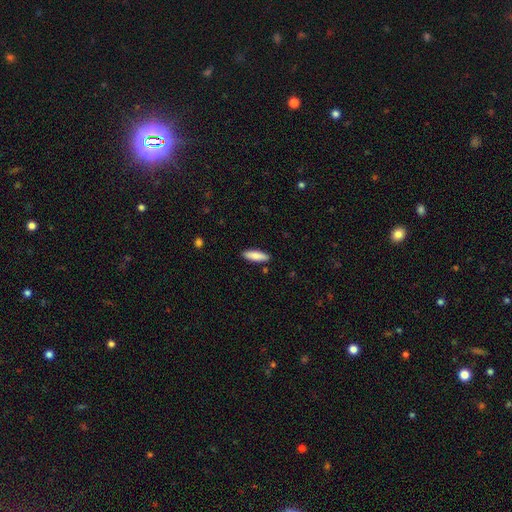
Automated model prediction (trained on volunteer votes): This appears to be a smooth galaxy with no disk features (84%) that is cigar-shaped (54%). Merging: none (89%).